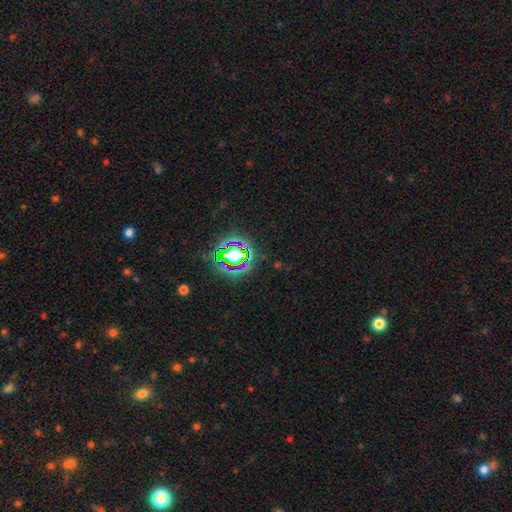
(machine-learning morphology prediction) A star or artifact, not a galaxy (79%).